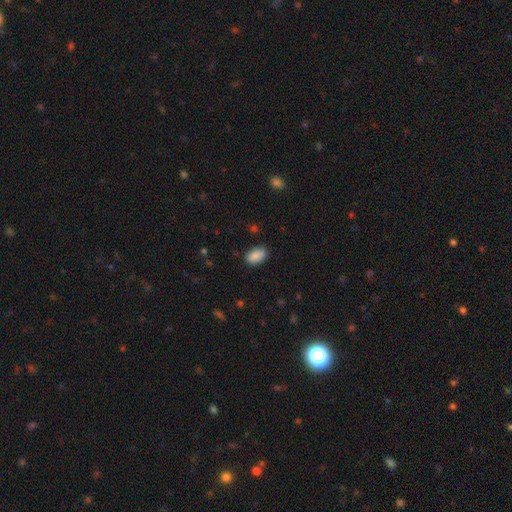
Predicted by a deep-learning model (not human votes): Q: Smooth or featured?
A: smooth (88%); runner-up: star or artifact (7%)
Q: How rounded?
A: in between (91%); runner-up: round (8%)
Q: Merging?
A: none (85%); runner-up: minor disturbance (12%)